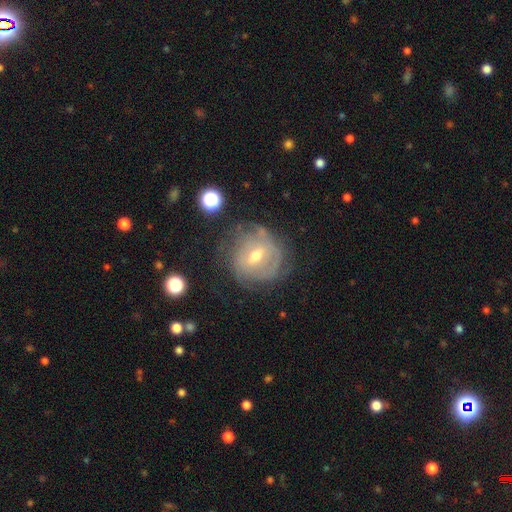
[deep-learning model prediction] Smooth or featured: featured or disk — 70% (smooth — 21%)
Edge-on disk: no — 96% (yes — 4%)
Bar: weak — 55% (no — 26%)
Spiral arms: yes — 74% (no — 26%)
Bulge size: moderate — 65% (small — 30%)
Merging: none — 63% (minor disturbance — 22%)